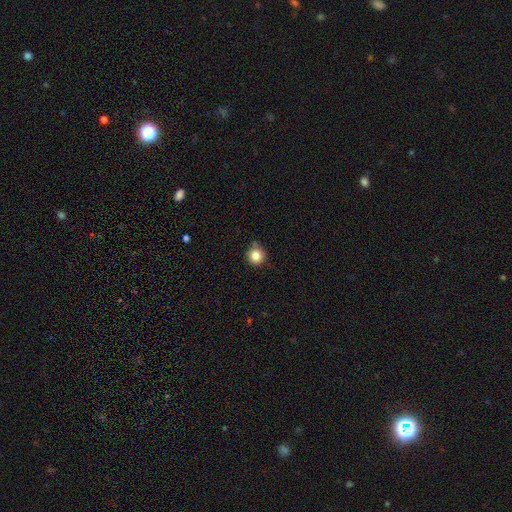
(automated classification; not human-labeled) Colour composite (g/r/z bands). It shows a smooth galaxy with no disk features (84%) that is round (94%). Merging: none (79%).